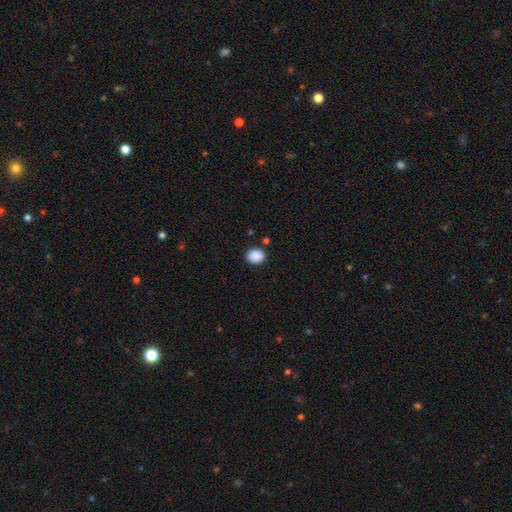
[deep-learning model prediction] Smooth or featured?
  - smooth: 90% *
  - star or artifact: 8%
  - featured or disk: 2%
How rounded?
  - round: 50% *
  - in between: 49%
  - cigar-shaped: 1%
Merging?
  - none: 86% *
  - minor disturbance: 8%
  - merger: 3%
  - major disturbance: 2%